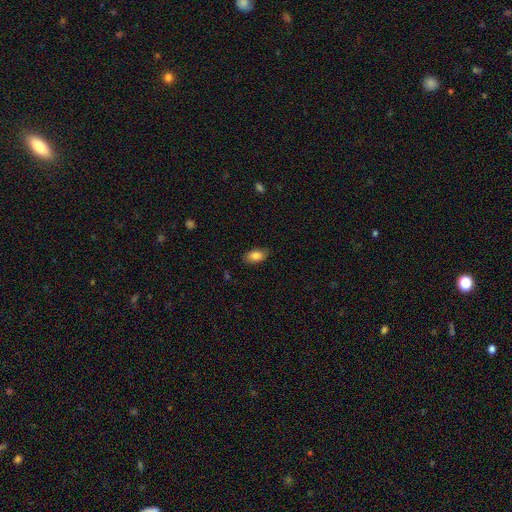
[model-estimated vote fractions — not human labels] smooth-or-featured: smooth: 84% | featured or disk: 8% | star or artifact: 8%
  how-rounded: in between: 92% | round: 5% | cigar-shaped: 4%
  merging: none: 83% | minor disturbance: 13% | major disturbance: 3% | merger: 1%